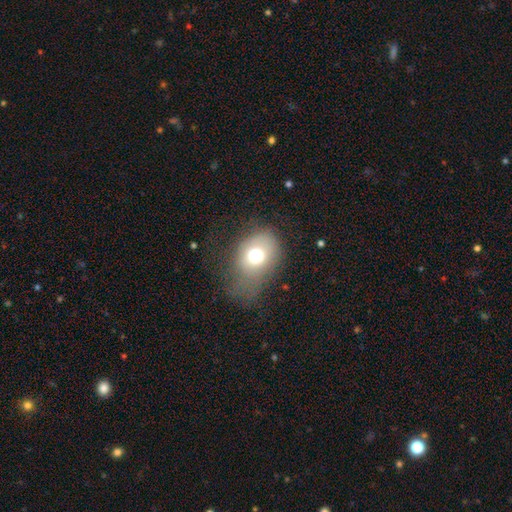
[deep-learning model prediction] Smooth or featured? smooth (69%)
How rounded? in between (58%)
Merging? none (38%)